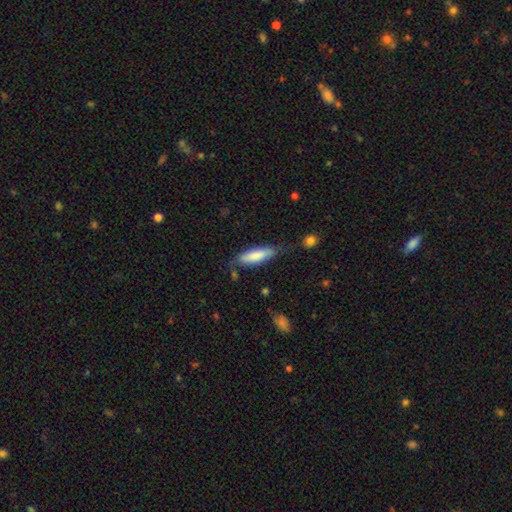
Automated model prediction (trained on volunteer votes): This appears to be a smooth galaxy with no disk features (78%) that is cigar-shaped (58%). Merging: none (65%).